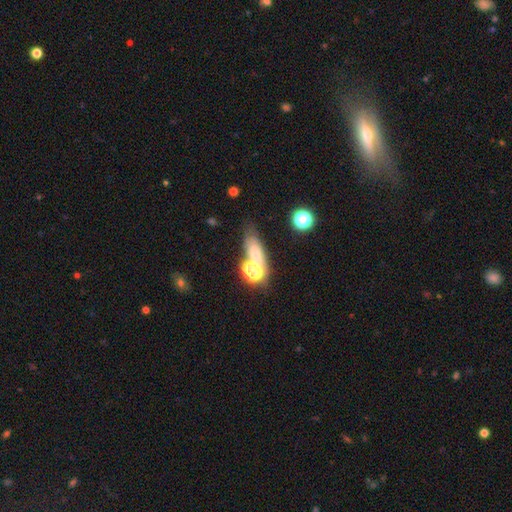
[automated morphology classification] smooth-or-featured: smooth: 58% | star or artifact: 23% | featured or disk: 19%
  how-rounded: in between: 60% | round: 24% | cigar-shaped: 17%
  merging: none: 45% | merger: 33% | minor disturbance: 14% | major disturbance: 9%